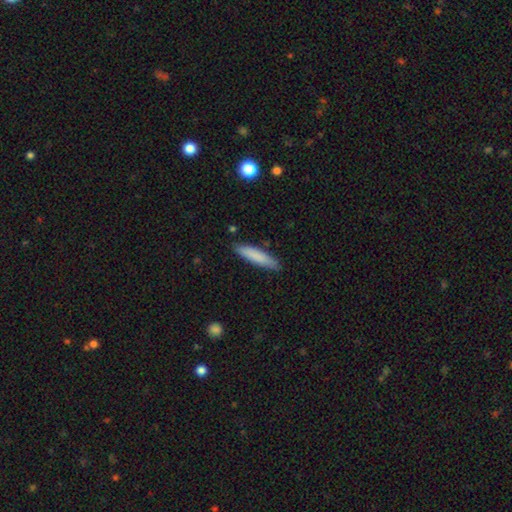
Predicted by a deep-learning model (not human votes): This appears to be a smooth galaxy with no disk features (82%) that is cigar-shaped (83%). Merging: none (87%).